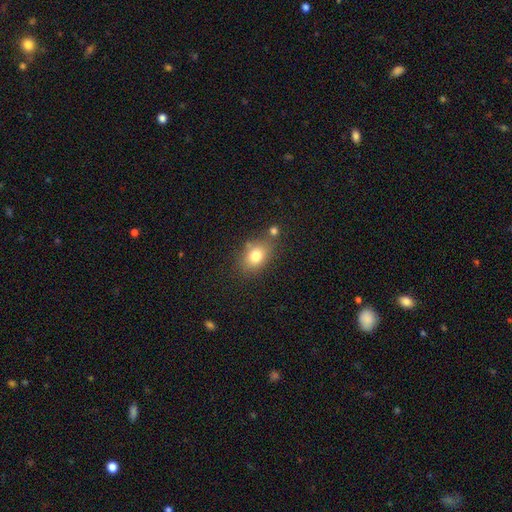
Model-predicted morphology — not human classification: smooth-or-featured: smooth: 79% | star or artifact: 11% | featured or disk: 11%
  how-rounded: in between: 67% | round: 31% | cigar-shaped: 2%
  merging: none: 69% | minor disturbance: 15% | merger: 12% | major disturbance: 5%